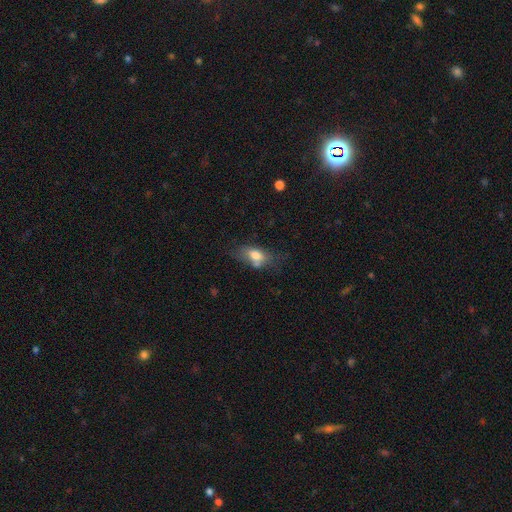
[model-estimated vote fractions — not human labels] Smooth or featured? Predicted: smooth (p=0.71). How rounded? Predicted: in between (p=0.84). Merging? Predicted: none (p=0.47).